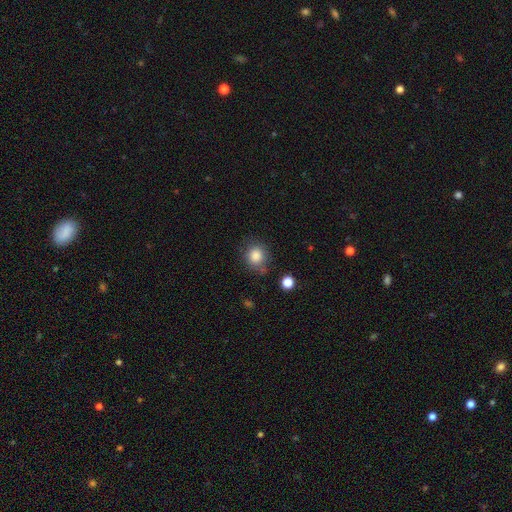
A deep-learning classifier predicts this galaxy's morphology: smooth 85%, star or artifact 10%, featured or disk 5%. Down the decision tree: how rounded — round (78%); merging — none (73%).